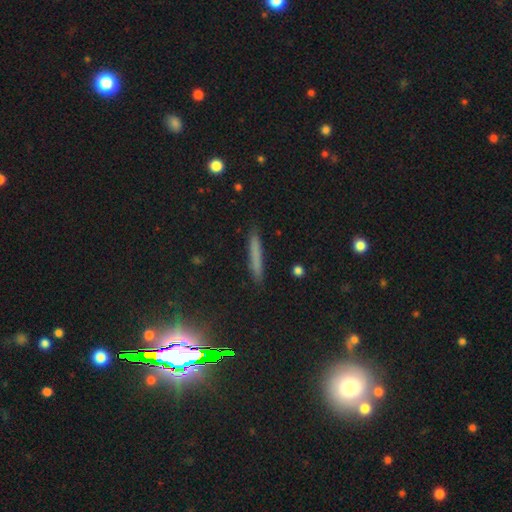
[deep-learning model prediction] Smooth or featured: smooth — 65% (featured or disk — 19%)
How rounded: cigar-shaped — 94% (in between — 4%)
Merging: none — 88% (minor disturbance — 9%)